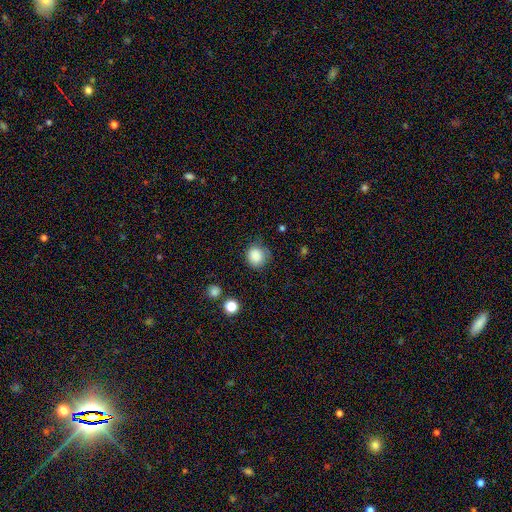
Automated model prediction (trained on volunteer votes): This appears to be a smooth galaxy with no disk features (86%) that is round (86%). Merging: none (71%).